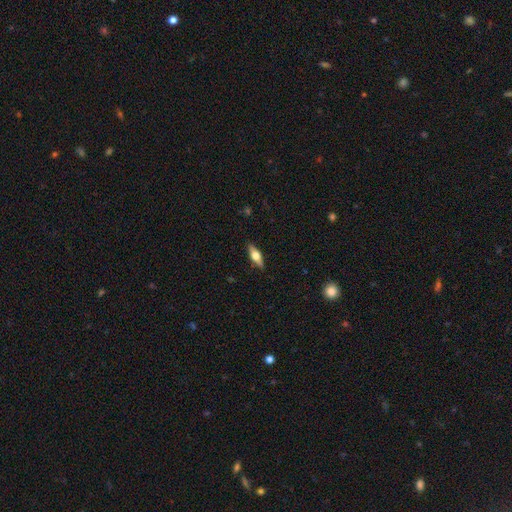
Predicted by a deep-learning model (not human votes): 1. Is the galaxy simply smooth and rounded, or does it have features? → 50% featured or disk, 44% smooth, 7% star or artifact.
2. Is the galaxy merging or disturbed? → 87% none, 9% minor disturbance, 2% major disturbance, 1% merger.